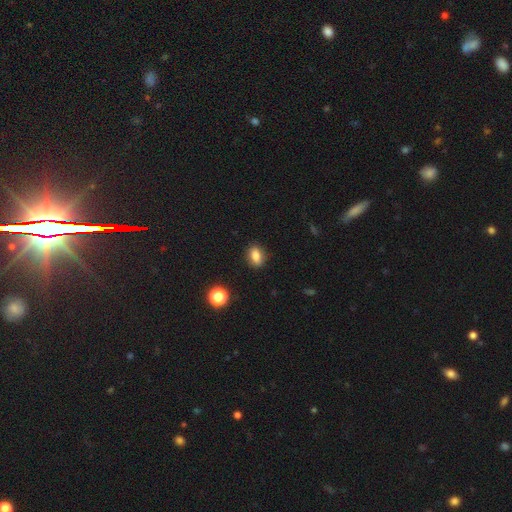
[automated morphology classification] Smooth or featured? smooth (83%)
How rounded? in between (77%)
Merging? none (87%)